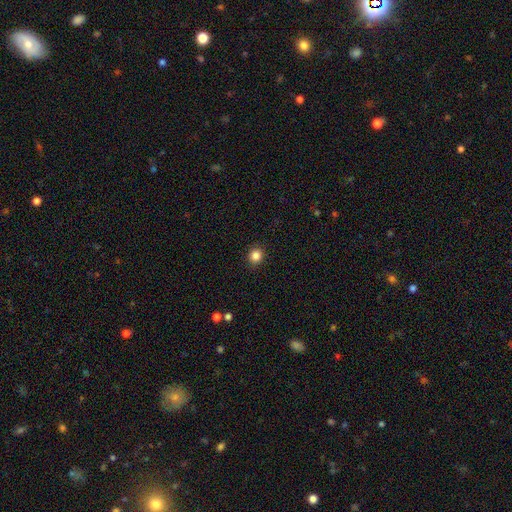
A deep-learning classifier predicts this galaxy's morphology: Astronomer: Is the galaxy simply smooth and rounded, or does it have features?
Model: smooth — 85%.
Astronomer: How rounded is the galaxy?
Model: round — 87%.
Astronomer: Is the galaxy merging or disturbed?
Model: none — 91%.